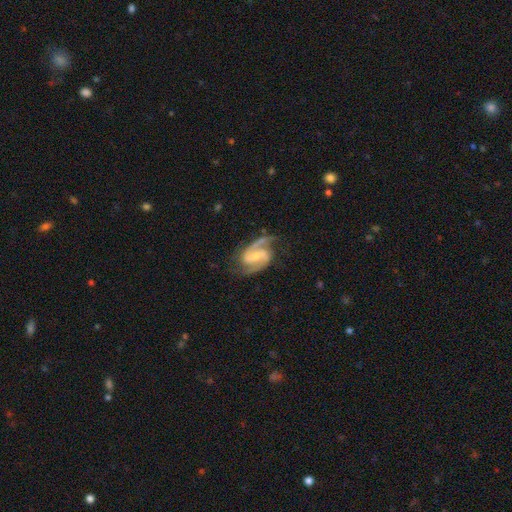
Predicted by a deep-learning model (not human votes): Morphology: type=featured or disk (92%); edge-on=no (98%); bar=weak (47%); spiral arms=yes (98%); winding=medium (61%); arm count=2 (93%); bulge=small (55%); merging=none (74%).